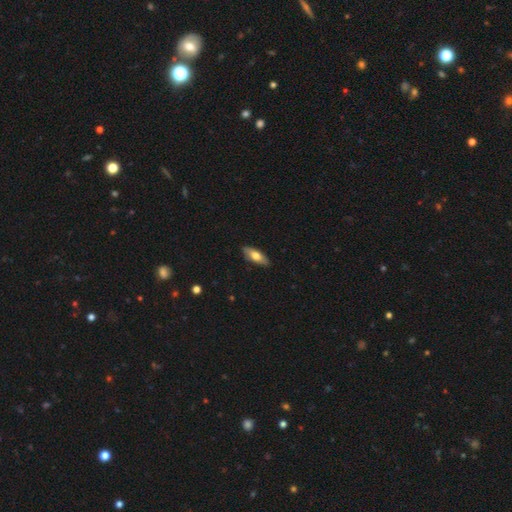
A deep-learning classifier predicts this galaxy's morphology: smooth_or_featured: smooth (p=0.68) [alt: featured or disk p=0.26]
how_rounded: in between (p=0.71) [alt: cigar-shaped p=0.27]
merging: none (p=0.87) [alt: minor disturbance p=0.10]